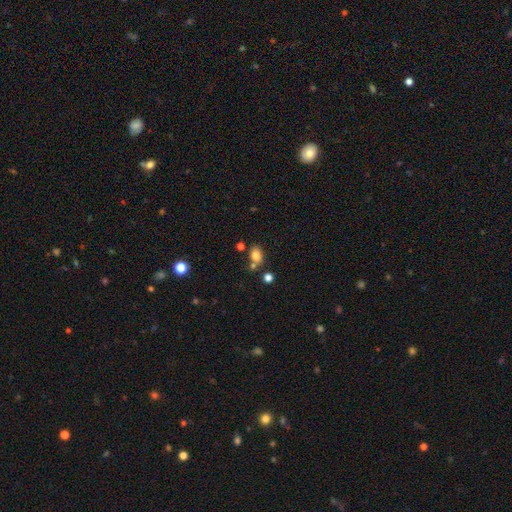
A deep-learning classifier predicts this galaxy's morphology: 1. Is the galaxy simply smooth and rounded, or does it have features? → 79% smooth, 13% star or artifact, 8% featured or disk.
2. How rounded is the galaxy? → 66% in between, 32% round, 1% cigar-shaped.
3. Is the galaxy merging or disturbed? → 62% none, 20% merger, 14% minor disturbance, 5% major disturbance.